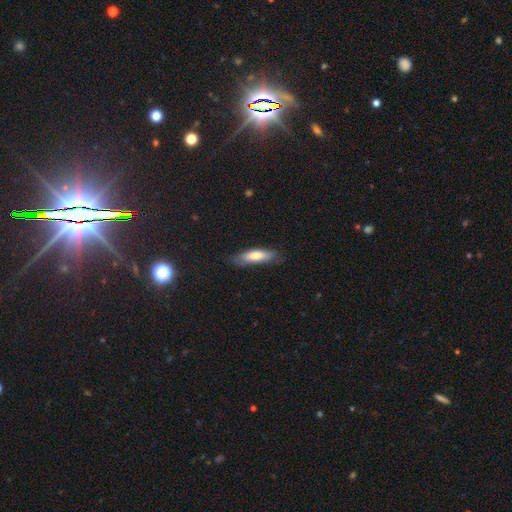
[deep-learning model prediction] Q: Smooth or featured?
A: smooth (71%); runner-up: featured or disk (23%)
Q: How rounded?
A: cigar-shaped (60%); runner-up: in between (38%)
Q: Merging?
A: none (79%); runner-up: minor disturbance (16%)